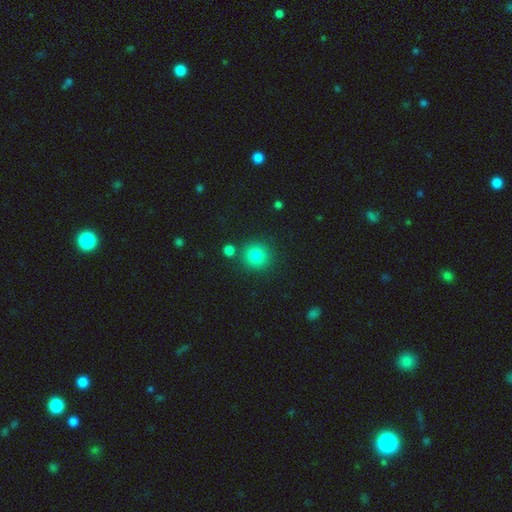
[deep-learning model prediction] Smooth or featured: smooth — 82% (star or artifact — 13%)
How rounded: round — 92% (in between — 7%)
Merging: none — 82% (merger — 7%)